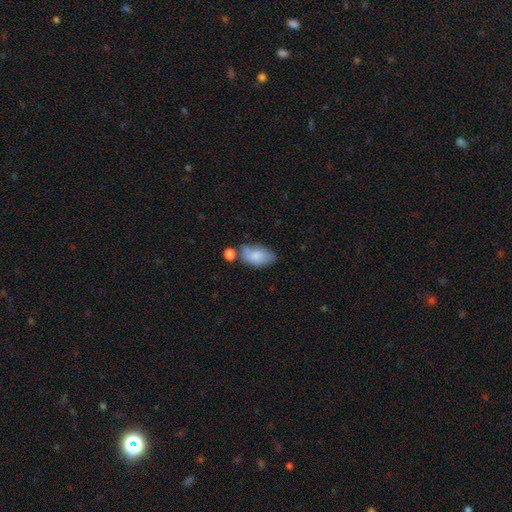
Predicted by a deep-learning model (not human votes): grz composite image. It shows a smooth galaxy with no disk features (76%) that is in between round and cigar-shaped (93%). Merging: none (46%).